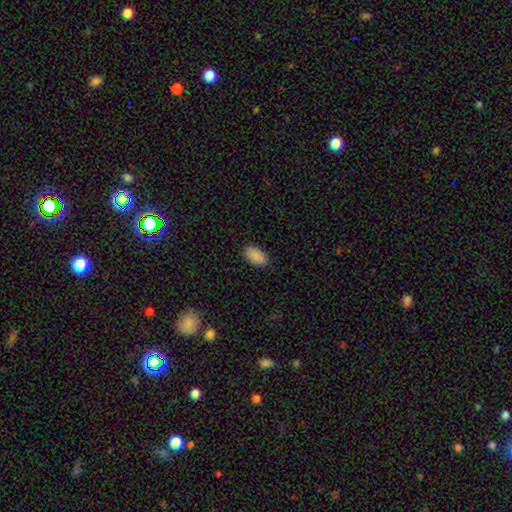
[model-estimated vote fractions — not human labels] smooth-or-featured: smooth: 90% | star or artifact: 7% | featured or disk: 3%
  how-rounded: in between: 95% | round: 3% | cigar-shaped: 2%
  merging: none: 89% | minor disturbance: 8% | major disturbance: 2% | merger: 1%